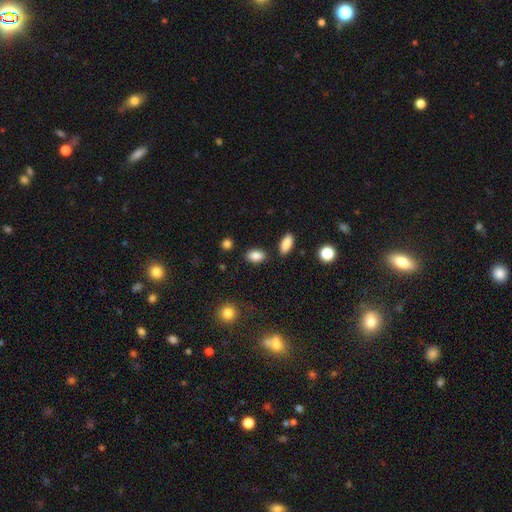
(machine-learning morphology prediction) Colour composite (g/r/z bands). It shows a smooth galaxy with no disk features (86%) that is in between round and cigar-shaped (88%). Merging: none (83%).